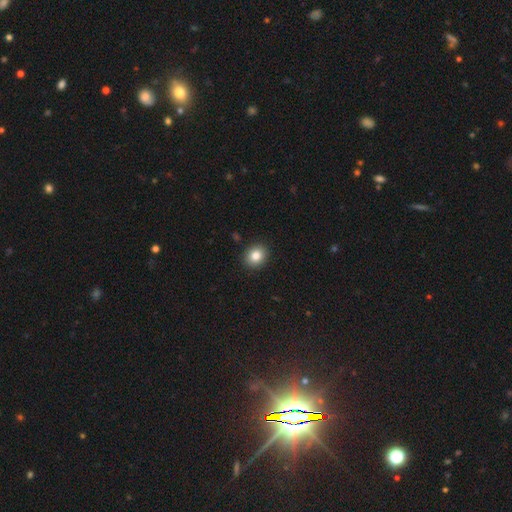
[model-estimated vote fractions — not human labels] The model was most divided on "how rounded": round: 69%, in between: 30%, cigar-shaped: 1%. More confident: merging — none (91%); smooth or featured — smooth (84%).